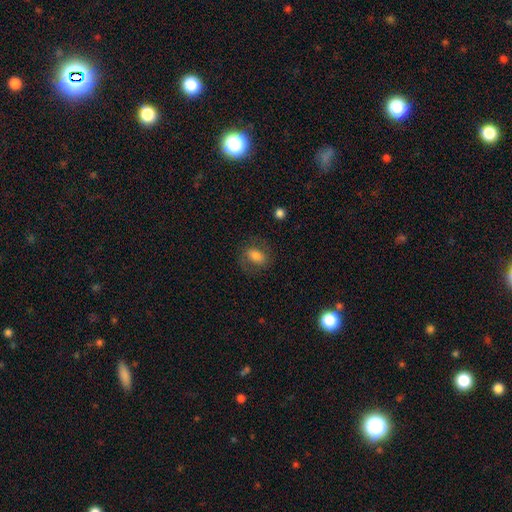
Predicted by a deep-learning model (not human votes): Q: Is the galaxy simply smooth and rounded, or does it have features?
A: smooth — 66%.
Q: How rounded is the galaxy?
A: in between — 72%.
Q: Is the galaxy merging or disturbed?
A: none — 70%.